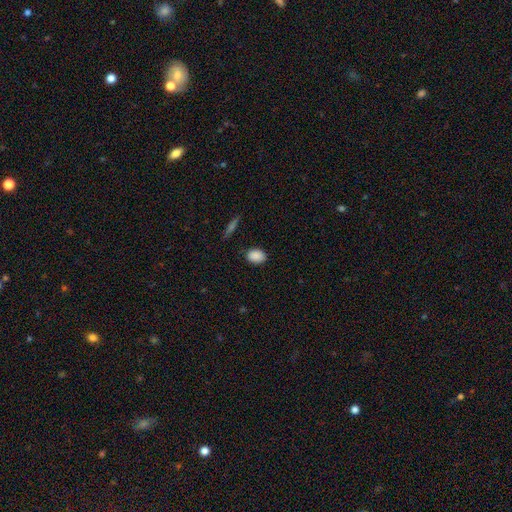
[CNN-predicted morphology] smooth_or_featured: smooth (p=0.89) [alt: star or artifact p=0.08]
how_rounded: in between (p=0.77) [alt: round p=0.21]
merging: none (p=0.85) [alt: minor disturbance p=0.11]